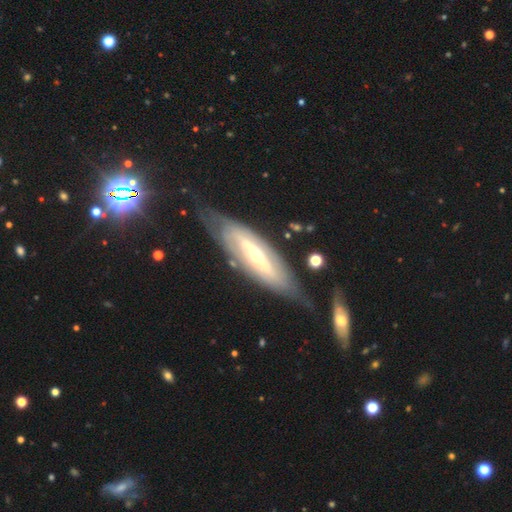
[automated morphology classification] This appears to be a featured or disk galaxy (75%) with no bar (53%), spiral arms (66%) and a small central bulge (55%). Merging: none (61%).